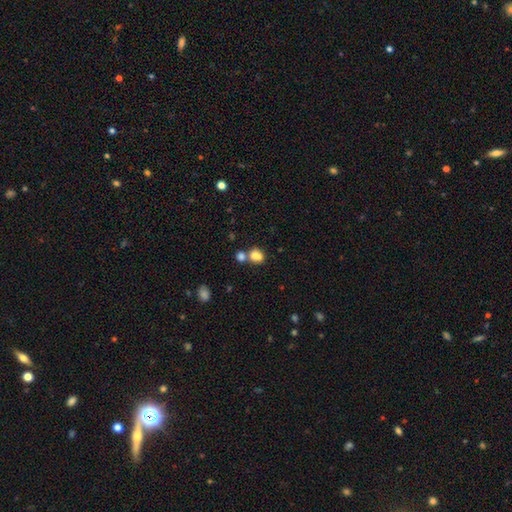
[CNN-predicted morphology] Smooth or featured? Predicted: smooth (p=0.80). How rounded? Predicted: round (p=0.52). Merging? Predicted: merger (p=0.48).